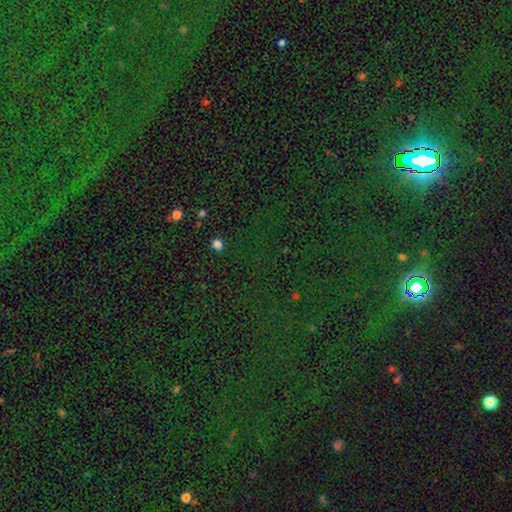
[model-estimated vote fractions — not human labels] Morphology: type=star or artifact (84%).